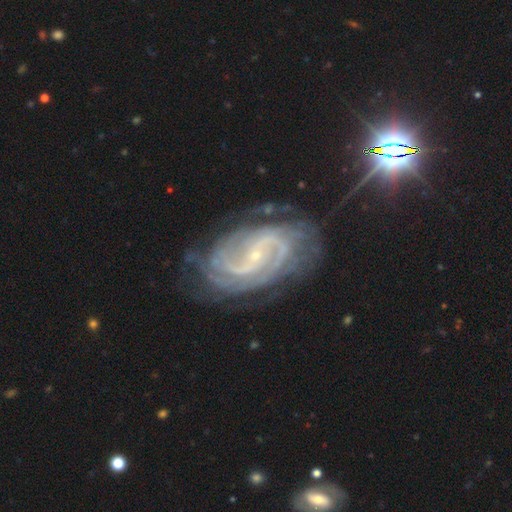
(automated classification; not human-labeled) A featured or disk galaxy (90%) with a weak bar (42%), 2 (47%) tight (47%) spiral arms (98%) and a small central bulge (87%).

Vote fractions:
- Smooth or featured? featured or disk: 90% / star or artifact: 6% / smooth: 4%
- Edge-on disk? no: 97% / yes: 3%
- Bar? weak: 42% / no: 37% / strong: 21%
- Spiral arms? yes: 98% / no: 2%
- Spiral winding? tight: 47% / medium: 42% / loose: 12%
- Spiral arm count? 2: 47% / can't tell: 18% / 3: 13% / 4: 9% / more than 4: 7% / 1: 6%
- Bulge size? small: 87% / moderate: 8% / none: 3% / large: 1% / dominant: 1%
- Merging? none: 70% / minor disturbance: 19% / major disturbance: 8% / merger: 3%